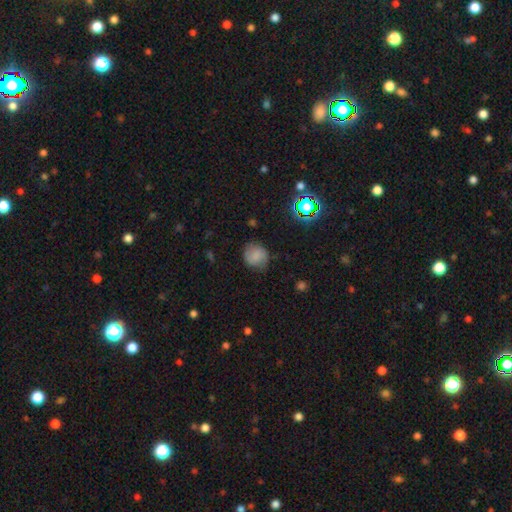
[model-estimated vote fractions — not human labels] This is likely a smooth galaxy (72%). How rounded: clearly round (82%). Merging: likely none (72%).